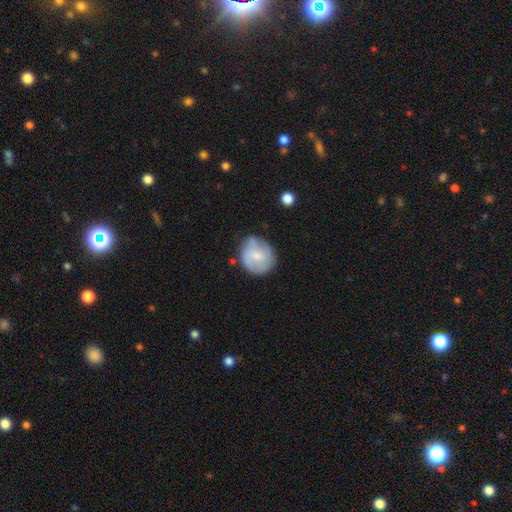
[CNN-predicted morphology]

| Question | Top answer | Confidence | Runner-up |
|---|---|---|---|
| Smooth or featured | smooth | 55% | featured or disk (39%) |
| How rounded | round | 79% | in between (20%) |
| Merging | none | 61% | minor disturbance (26%) |